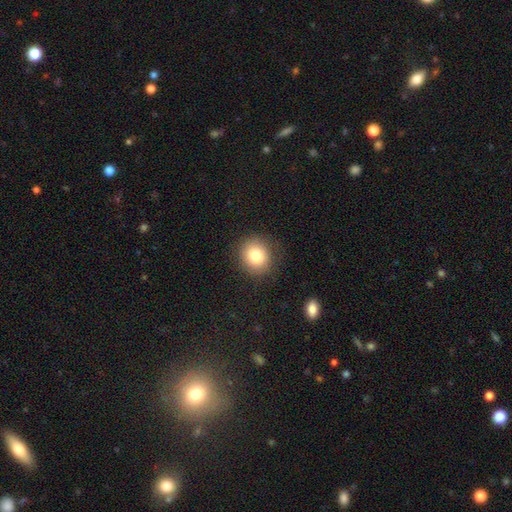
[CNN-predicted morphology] Smooth or featured: smooth — 80% (star or artifact — 10%)
How rounded: round — 84% (in between — 16%)
Merging: none — 87% (minor disturbance — 8%)